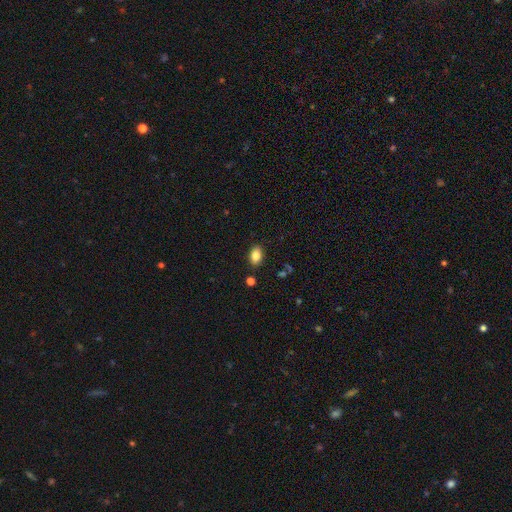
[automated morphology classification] This appears to be a smooth galaxy with no disk features (85%) that is in between round and cigar-shaped (88%). Merging: none (86%).